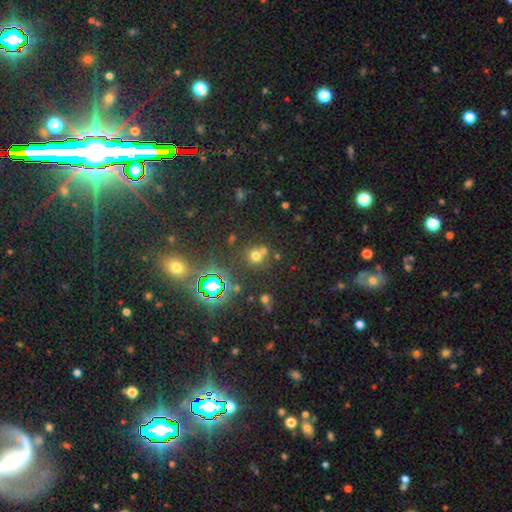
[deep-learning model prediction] The model was most divided on "smooth or featured": smooth: 58%, star or artifact: 33%, featured or disk: 9%. More confident: how rounded — round (86%); merging — none (60%).